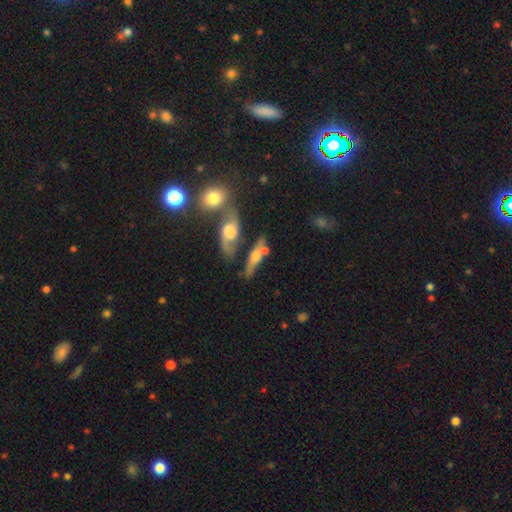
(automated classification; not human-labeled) This appears to be a featured or disk galaxy (55%) viewed edge-on (62%). Merging: none (51%).